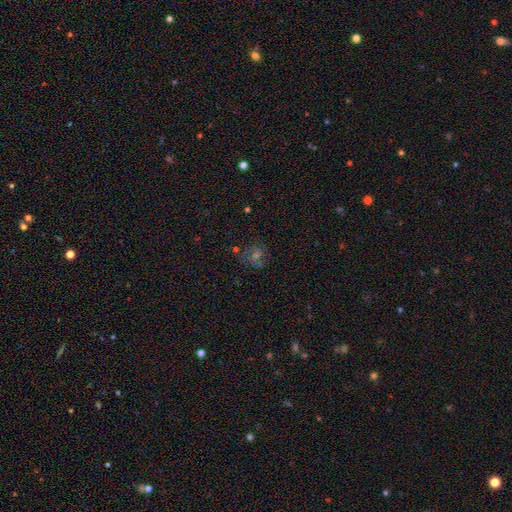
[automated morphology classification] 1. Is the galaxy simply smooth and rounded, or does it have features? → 39% featured or disk, 32% star or artifact, 29% smooth.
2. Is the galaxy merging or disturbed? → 74% none, 14% minor disturbance, 8% major disturbance, 4% merger.